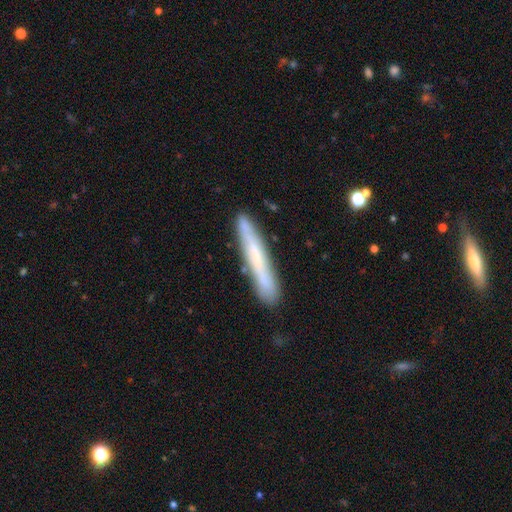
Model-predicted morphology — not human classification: The model was most divided on "smooth or featured": smooth: 51%, featured or disk: 42%, star or artifact: 7%. More confident: how rounded — cigar-shaped (95%); merging — none (85%).